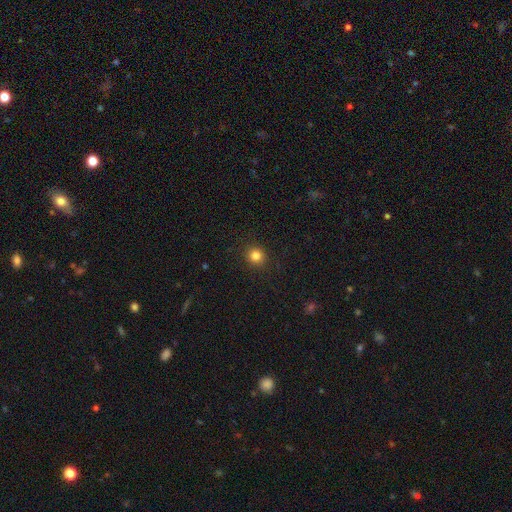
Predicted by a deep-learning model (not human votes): Q: Smooth or featured?
A: smooth (83%); runner-up: star or artifact (12%)
Q: How rounded?
A: round (90%); runner-up: in between (10%)
Q: Merging?
A: none (91%); runner-up: minor disturbance (6%)